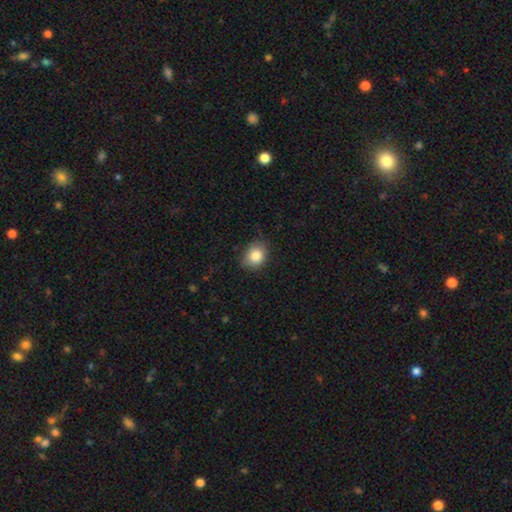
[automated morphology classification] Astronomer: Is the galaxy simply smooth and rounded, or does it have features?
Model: smooth — 85%.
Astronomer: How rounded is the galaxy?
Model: in between — 50% (runner-up: round, 49%).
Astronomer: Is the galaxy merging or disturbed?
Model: none — 80%.